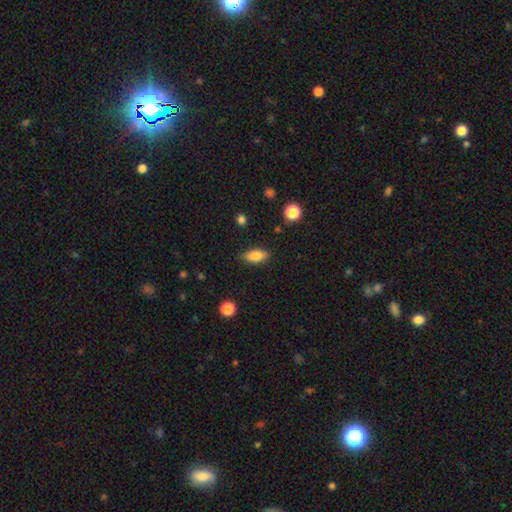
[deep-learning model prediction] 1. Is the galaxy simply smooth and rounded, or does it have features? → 80% smooth, 12% featured or disk, 8% star or artifact.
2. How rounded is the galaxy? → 84% in between, 12% cigar-shaped, 4% round.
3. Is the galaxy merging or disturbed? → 85% none, 11% minor disturbance, 3% major disturbance, 1% merger.